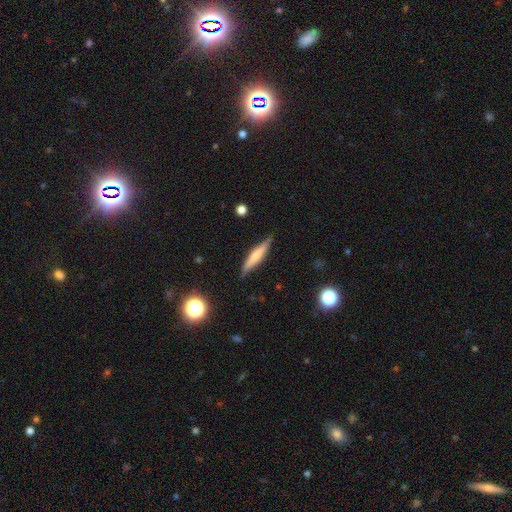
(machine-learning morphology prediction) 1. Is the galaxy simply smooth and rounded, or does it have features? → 52% smooth, 41% featured or disk, 7% star or artifact.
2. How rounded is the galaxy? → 87% cigar-shaped, 11% in between, 2% round.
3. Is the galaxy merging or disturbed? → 84% none, 12% minor disturbance, 2% major disturbance, 1% merger.